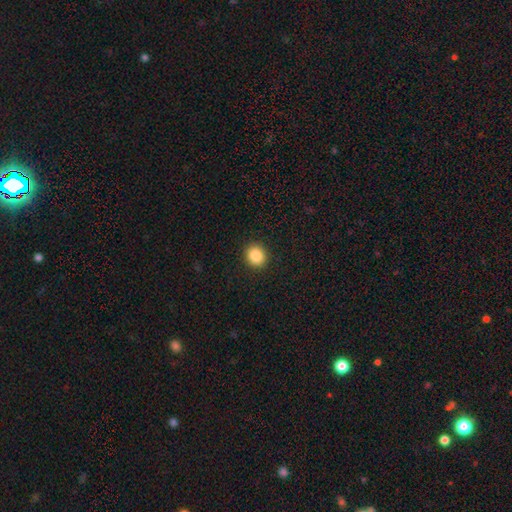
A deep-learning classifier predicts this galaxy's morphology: Smooth or featured: smooth — 88% (star or artifact — 9%)
How rounded: round — 79% (in between — 20%)
Merging: none — 91% (minor disturbance — 6%)